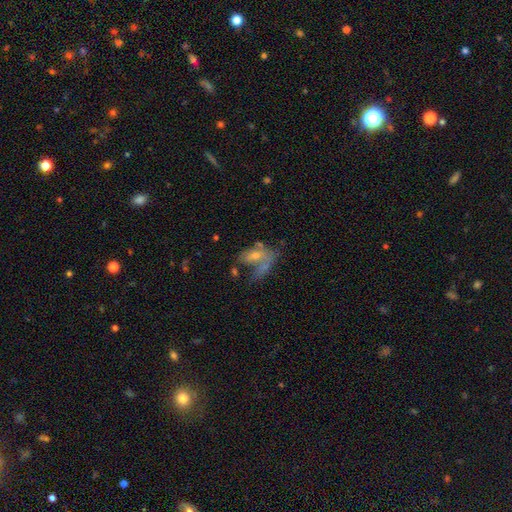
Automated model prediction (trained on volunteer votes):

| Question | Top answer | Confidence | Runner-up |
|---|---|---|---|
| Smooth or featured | featured or disk | 50% | smooth (34%) |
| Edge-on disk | no | 92% | yes (8%) |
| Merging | major disturbance | 40% | none (26%) |